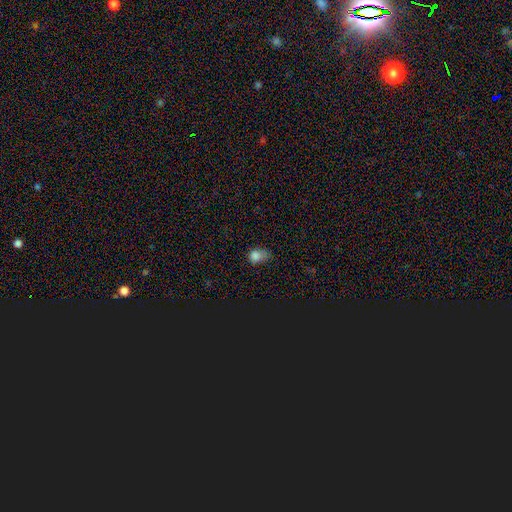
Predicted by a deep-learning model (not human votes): A smooth galaxy with no disk features (77%) that is in between round and cigar-shaped (59%). Merging: minor disturbance (40%).